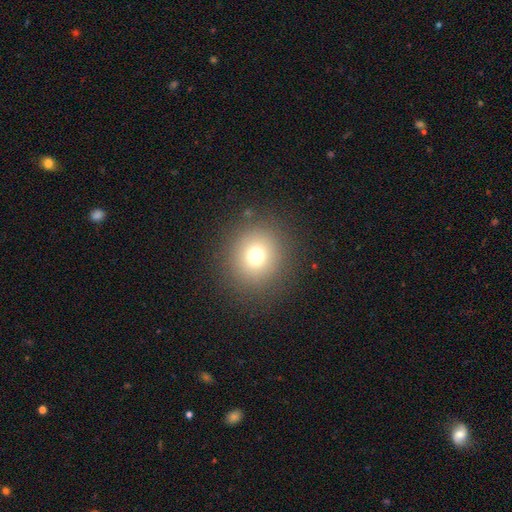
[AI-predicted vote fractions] smooth_or_featured: smooth (p=0.72) [alt: star or artifact p=0.18]
how_rounded: round (p=0.91) [alt: in between p=0.08]
merging: none (p=0.88) [alt: minor disturbance p=0.06]